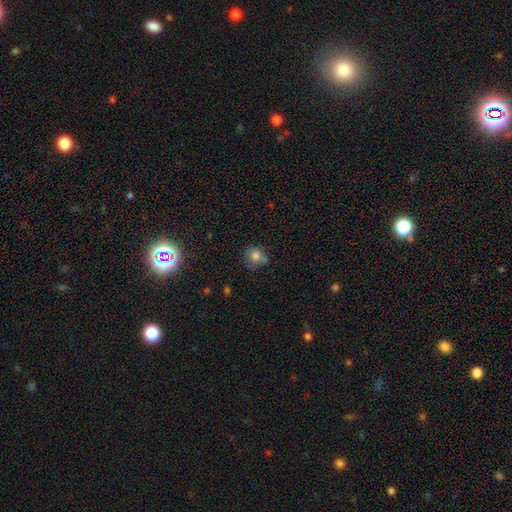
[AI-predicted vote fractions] Overall: smooth (78%). How rounded: round (84%). Merging: none (57%; minor disturbance 23%).